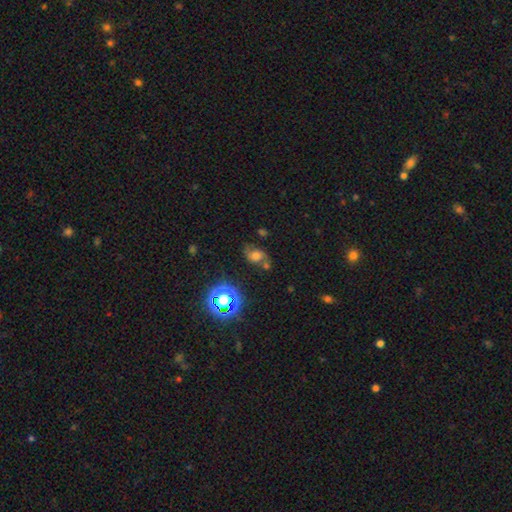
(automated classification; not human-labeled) Overall: smooth (41%; featured or disk 35%). Merging: none (57%; minor disturbance 21%).